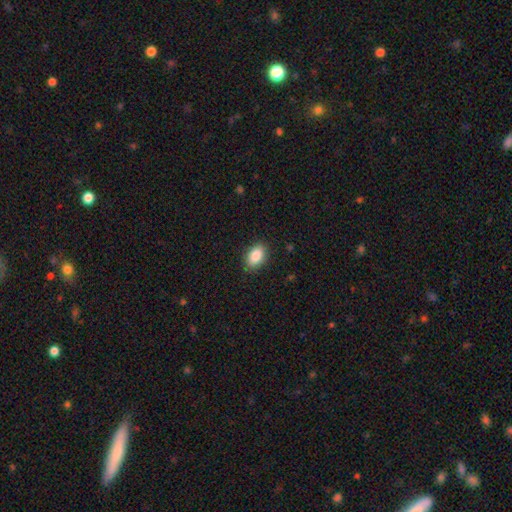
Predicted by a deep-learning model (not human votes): smooth-or-featured: smooth: 88% | star or artifact: 7% | featured or disk: 5%
  how-rounded: in between: 90% | round: 9% | cigar-shaped: 2%
  merging: none: 86% | minor disturbance: 11% | major disturbance: 3% | merger: 1%